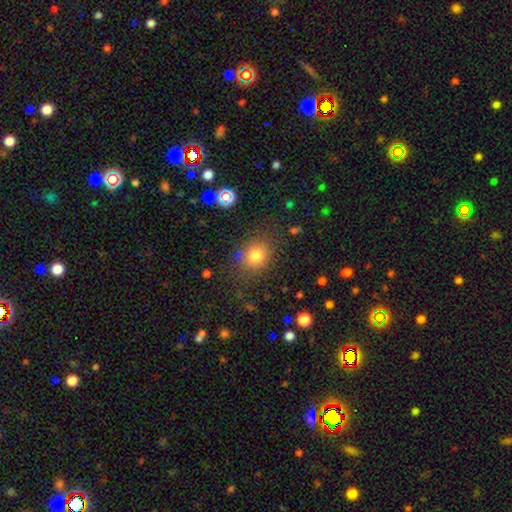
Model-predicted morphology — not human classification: A smooth galaxy with no disk features (78%) that is round (70%). Merging: none (76%).